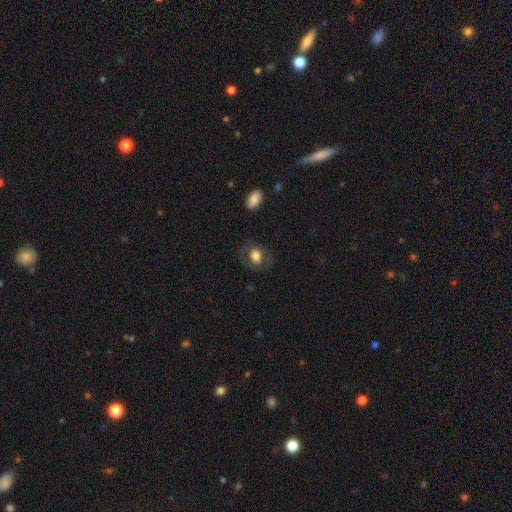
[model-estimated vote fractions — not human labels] The model was most divided on "how rounded": in between: 52%, round: 46%, cigar-shaped: 1%. More confident: merging — none (77%); smooth or featured — smooth (67%).